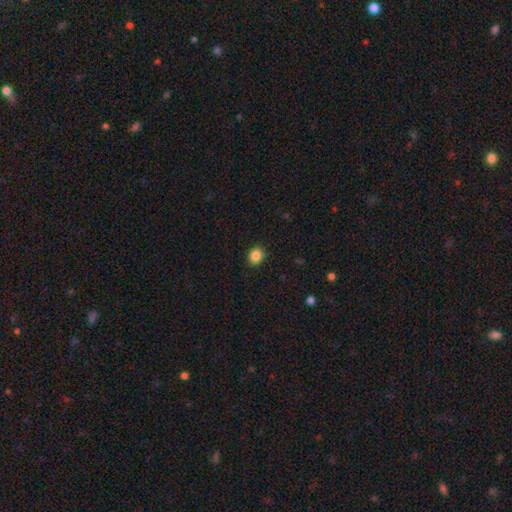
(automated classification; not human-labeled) Smooth or featured? smooth (87%)
How rounded? round (65%)
Merging? none (89%)